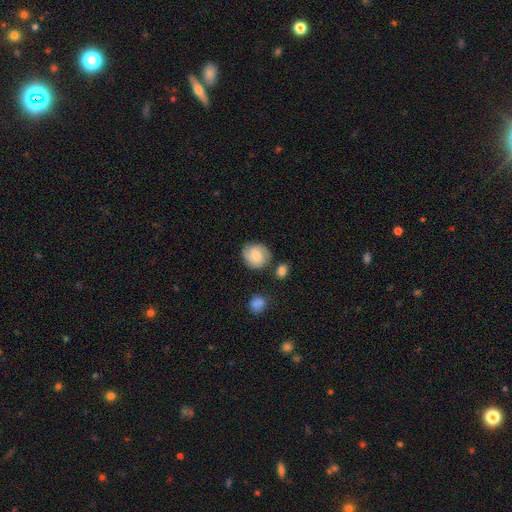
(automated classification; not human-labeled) Smooth or featured? Predicted: smooth (p=0.65). How rounded? Predicted: round (p=0.78). Merging? Predicted: none (p=0.72).